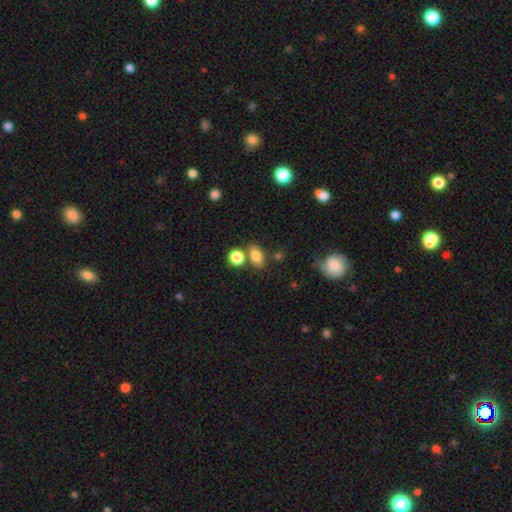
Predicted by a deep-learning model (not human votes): Overall: smooth (78%). How rounded: in between (78%). Merging: none (68%).